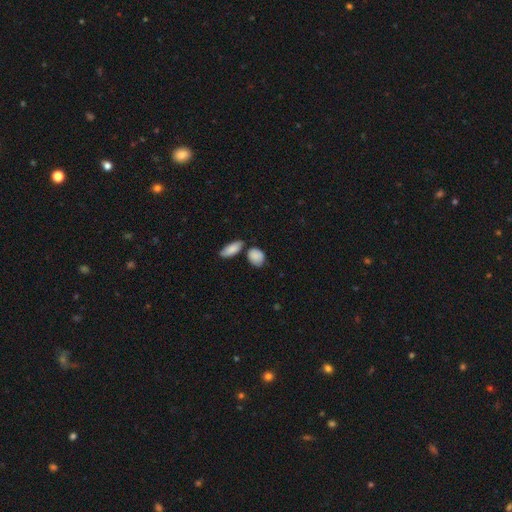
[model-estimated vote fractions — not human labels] Q: Smooth or featured?
A: smooth (86%); runner-up: star or artifact (7%)
Q: How rounded?
A: in between (66%); runner-up: round (31%)
Q: Merging?
A: none (61%); runner-up: minor disturbance (20%)